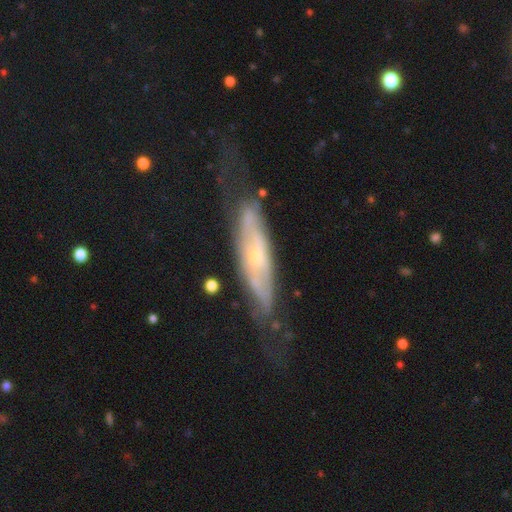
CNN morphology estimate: This is likely a featured or disk galaxy (76%). It is likely not viewed edge-on (63%). Merging: possibly none (59%).